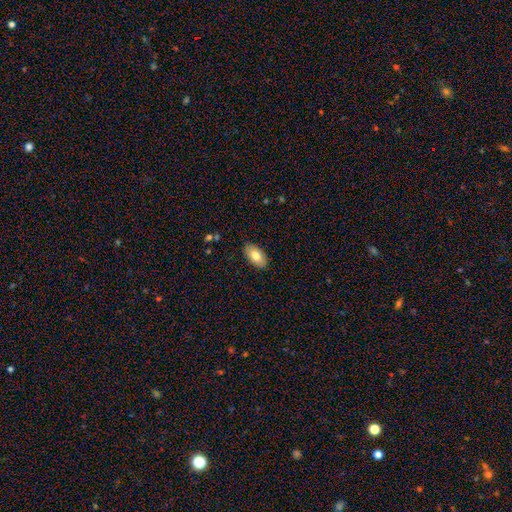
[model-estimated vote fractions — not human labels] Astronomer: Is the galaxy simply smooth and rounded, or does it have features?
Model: smooth — 78%.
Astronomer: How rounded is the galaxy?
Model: in between — 94%.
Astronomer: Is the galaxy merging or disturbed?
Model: none — 88%.